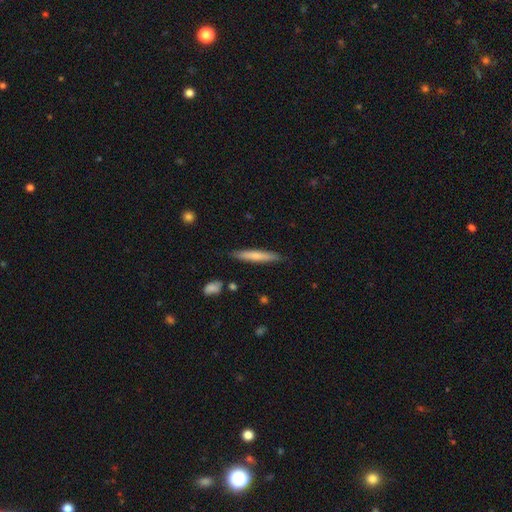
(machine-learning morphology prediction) smooth_or_featured: smooth (p=0.68) [alt: featured or disk p=0.26]
how_rounded: cigar-shaped (p=0.93) [alt: in between p=0.06]
merging: none (p=0.86) [alt: minor disturbance p=0.10]